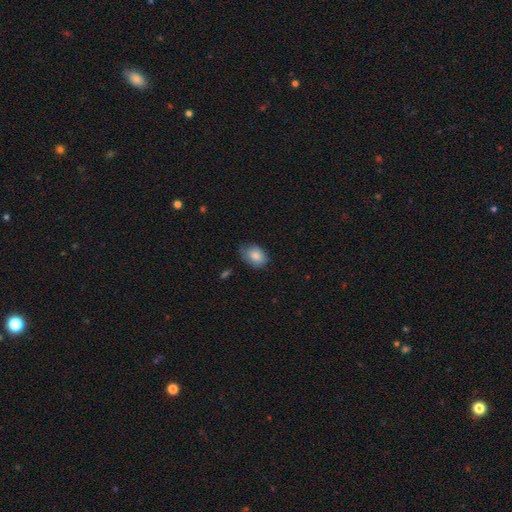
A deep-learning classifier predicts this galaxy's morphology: A smooth galaxy with no disk features (84%) that is in between round and cigar-shaped (81%).

Vote fractions:
- Smooth or featured? smooth: 84% / featured or disk: 9% / star or artifact: 7%
- How rounded? in between: 81% / round: 18% / cigar-shaped: 1%
- Merging? none: 63% / minor disturbance: 30% / major disturbance: 5% / merger: 1%